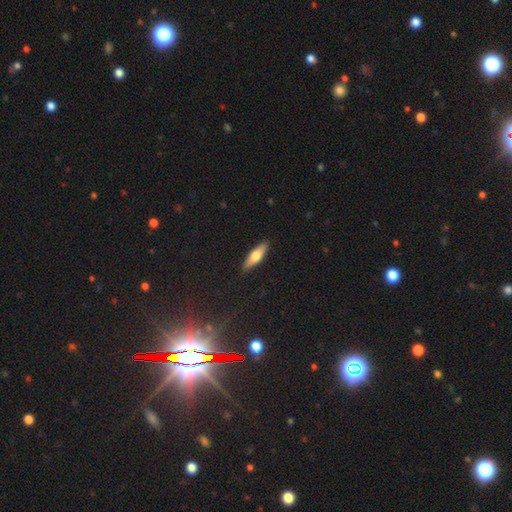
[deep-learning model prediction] A smooth galaxy with no disk features (59%) that is cigar-shaped (56%). Merging: none (90%).